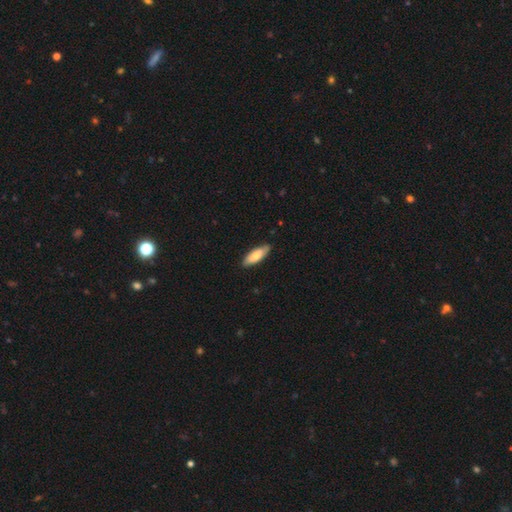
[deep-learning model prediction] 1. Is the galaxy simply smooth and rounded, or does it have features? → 76% smooth, 19% featured or disk, 5% star or artifact.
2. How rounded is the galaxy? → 65% in between, 34% cigar-shaped, 2% round.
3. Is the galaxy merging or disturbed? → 84% none, 13% minor disturbance, 2% major disturbance, 1% merger.